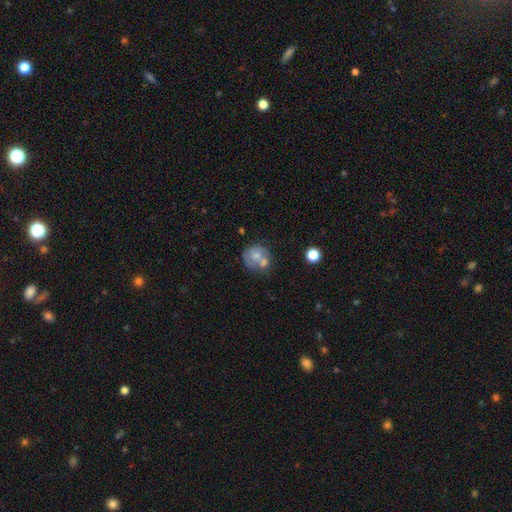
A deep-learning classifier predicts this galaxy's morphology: This appears to be a featured or disk galaxy (46%, tied with smooth). Merging: merger (40%).